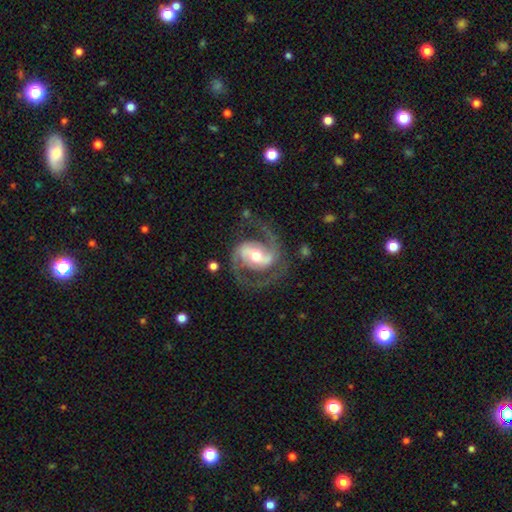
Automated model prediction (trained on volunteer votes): featured or disk 91%, smooth 5%, star or artifact 4%. Down the decision tree: edge-on disk — no (98%); bar — weak (39%, tied with strong); spiral arms — yes (97%); spiral arm count — 2 (92%); spiral winding — medium (62%); bulge size — moderate (71%); merging — none (75%).